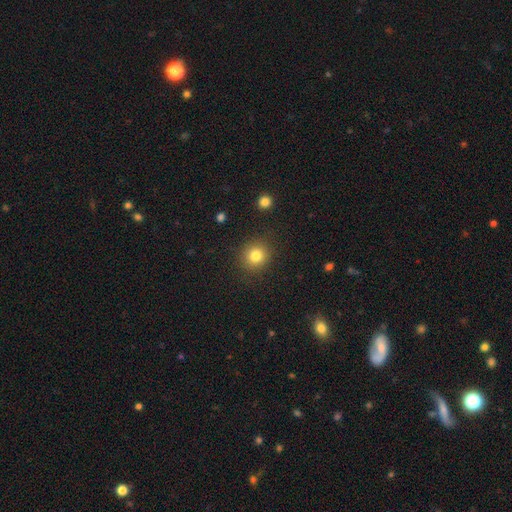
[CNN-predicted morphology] smooth_or_featured: smooth (p=0.82) [alt: star or artifact p=0.12]
how_rounded: round (p=0.87) [alt: in between p=0.12]
merging: none (p=0.88) [alt: minor disturbance p=0.07]